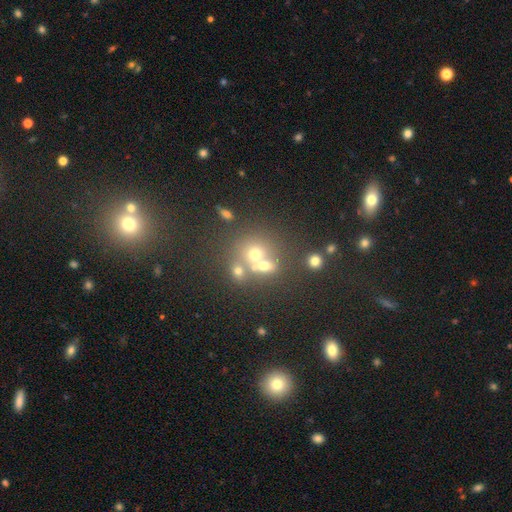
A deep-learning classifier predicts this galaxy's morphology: Smooth or featured? Predicted: smooth (p=0.52). How rounded? Predicted: round (p=0.77). Merging? Predicted: none (p=0.48).